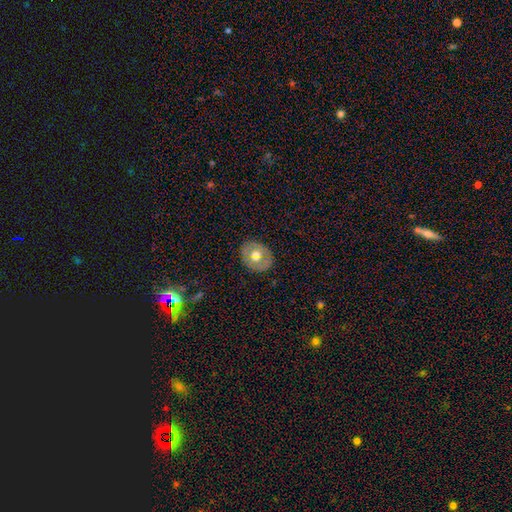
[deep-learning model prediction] Q: Smooth or featured?
A: smooth (57%); runner-up: featured or disk (36%)
Q: How rounded?
A: round (57%); runner-up: in between (42%)
Q: Merging?
A: none (84%); runner-up: minor disturbance (12%)